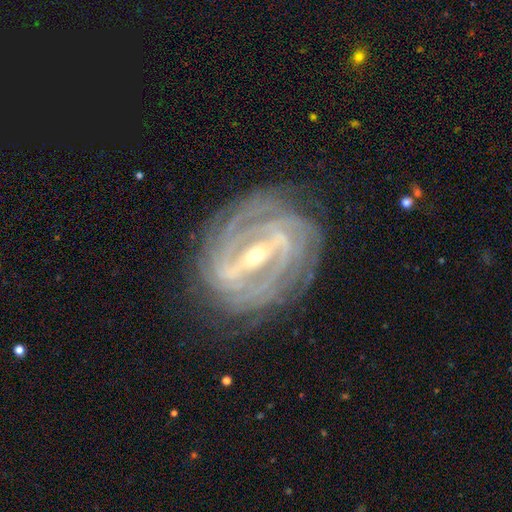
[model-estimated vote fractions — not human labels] A featured or disk galaxy (92%) with a strong bar (79%), 4 (24%) tight (79%) spiral arms (97%) and a small central bulge (56%).

Vote fractions:
- Smooth or featured? featured or disk: 92% / star or artifact: 5% / smooth: 3%
- Edge-on disk? no: 94% / yes: 6%
- Bar? strong: 79% / weak: 16% / no: 5%
- Spiral arms? yes: 97% / no: 3%
- Spiral winding? tight: 79% / medium: 17% / loose: 4%
- Spiral arm count? 4: 24% / can't tell: 21% / 3: 19% / 2: 18% / more than 4: 10% / 1: 7%
- Bulge size? small: 56% / moderate: 40% / large: 2% / none: 1% / dominant: 1%
- Merging? none: 81% / minor disturbance: 13% / major disturbance: 5% / merger: 1%